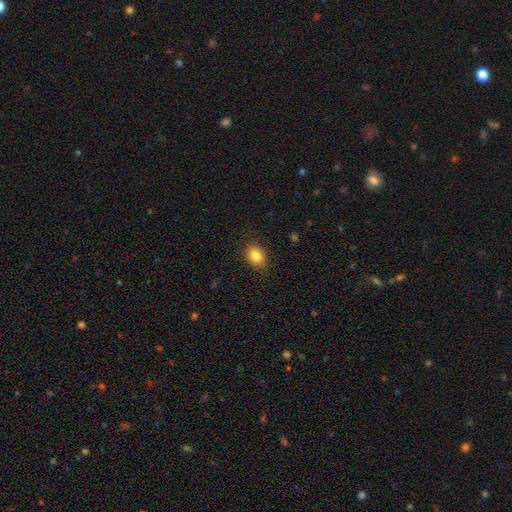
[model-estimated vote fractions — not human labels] Smooth or featured? smooth (83%)
How rounded? in between (58%)
Merging? none (87%)